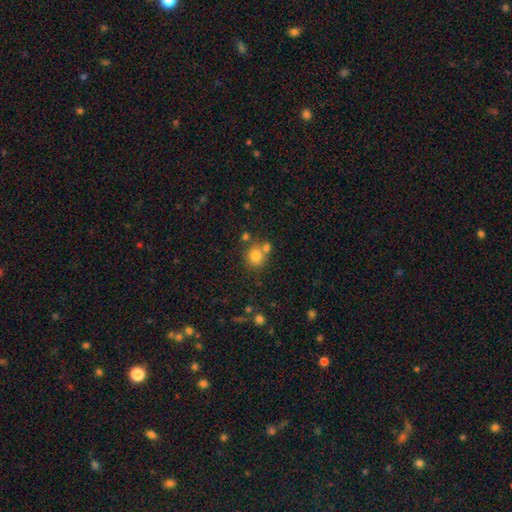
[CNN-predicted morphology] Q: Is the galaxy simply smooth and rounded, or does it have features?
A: smooth — 79%.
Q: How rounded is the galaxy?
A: round — 82%.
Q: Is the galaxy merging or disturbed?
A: none — 61%.